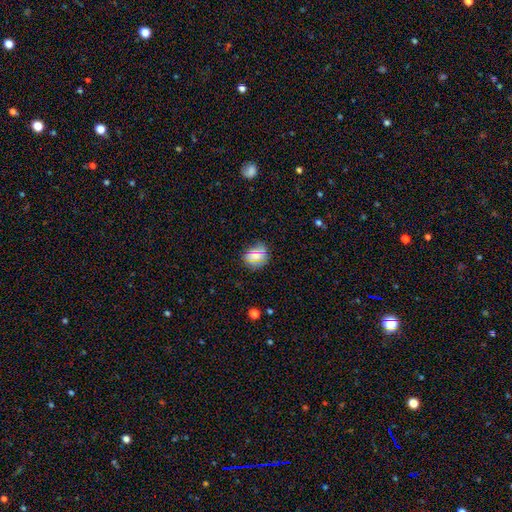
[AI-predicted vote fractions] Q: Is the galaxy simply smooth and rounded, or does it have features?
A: smooth — 67%.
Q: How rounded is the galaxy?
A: round — 66%.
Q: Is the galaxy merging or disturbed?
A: none — 69%.